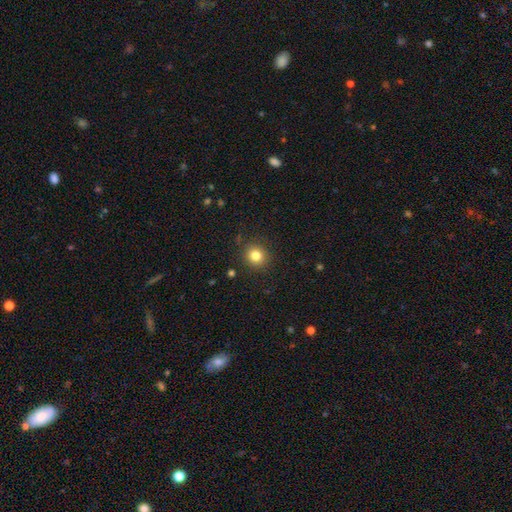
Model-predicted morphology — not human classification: The model was most divided on "smooth or featured": smooth: 82%, star or artifact: 12%, featured or disk: 6%. More confident: how rounded — round (90%); merging — none (89%).